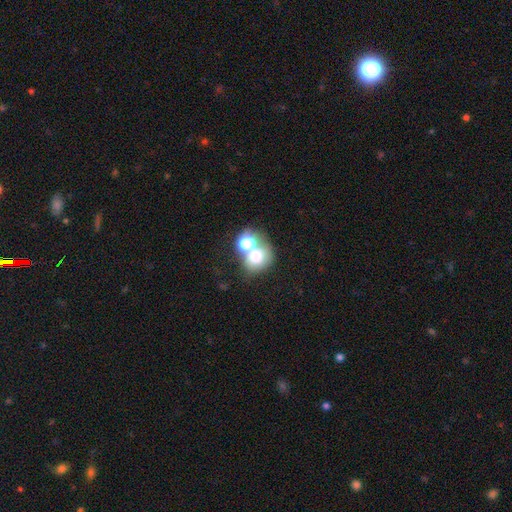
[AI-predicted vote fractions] The model was most divided on "merging": merger: 52%, none: 33%, minor disturbance: 9%, major disturbance: 6%. More confident: smooth or featured — smooth (67%); how rounded — round (62%).